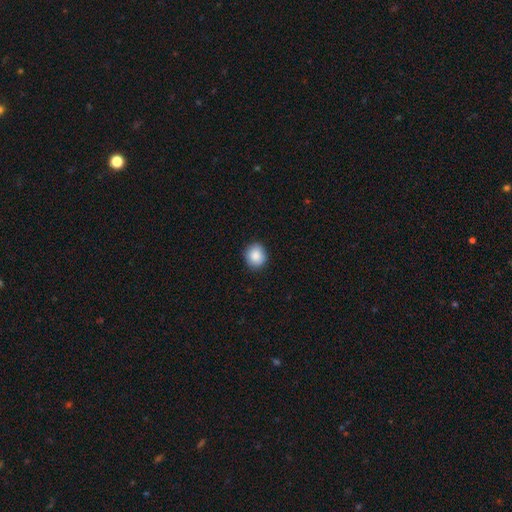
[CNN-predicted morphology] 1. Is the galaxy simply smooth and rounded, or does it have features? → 88% smooth, 8% star or artifact, 4% featured or disk.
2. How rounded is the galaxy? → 79% round, 20% in between, 1% cigar-shaped.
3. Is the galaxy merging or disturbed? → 89% none, 8% minor disturbance, 2% major disturbance, 1% merger.